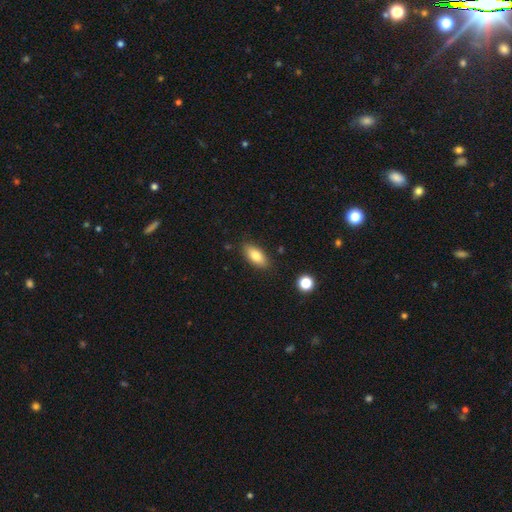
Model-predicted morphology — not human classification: Q: Smooth or featured?
A: smooth (80%); runner-up: featured or disk (13%)
Q: How rounded?
A: in between (85%); runner-up: cigar-shaped (12%)
Q: Merging?
A: none (84%); runner-up: minor disturbance (12%)